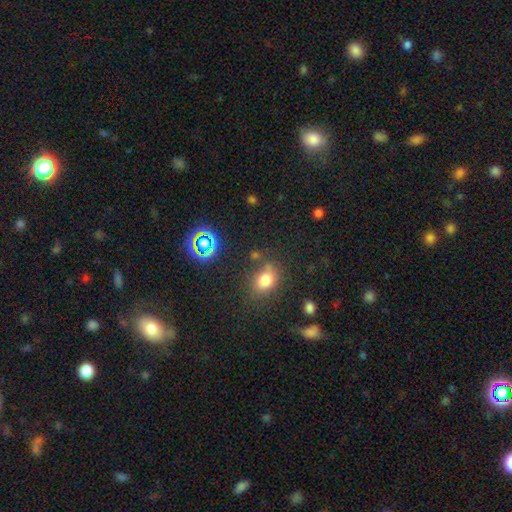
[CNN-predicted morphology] Smooth or featured? smooth (64%)
How rounded? in between (52%)
Merging? none (72%)